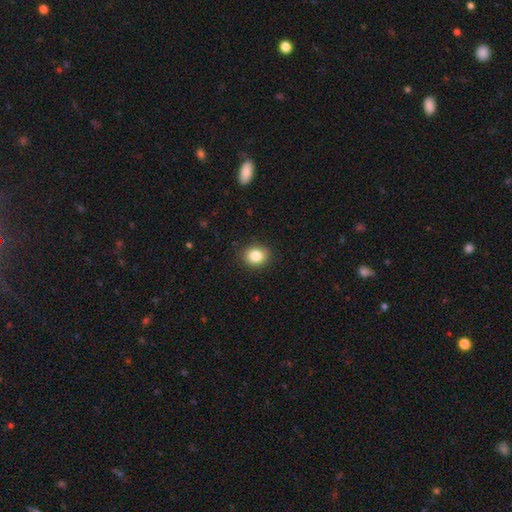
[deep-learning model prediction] Morphology: type=smooth (84%); roundness=round (67%); merging=none (89%).